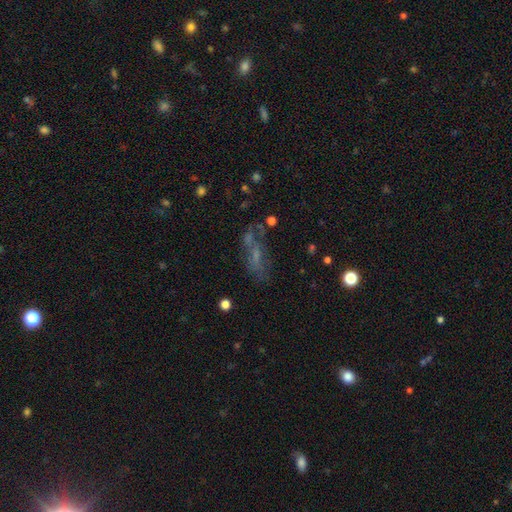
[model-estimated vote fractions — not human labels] smooth-or-featured: featured or disk: 40% | smooth: 37% | star or artifact: 22%
  merging: none: 43% | major disturbance: 24% | minor disturbance: 20% | merger: 14%